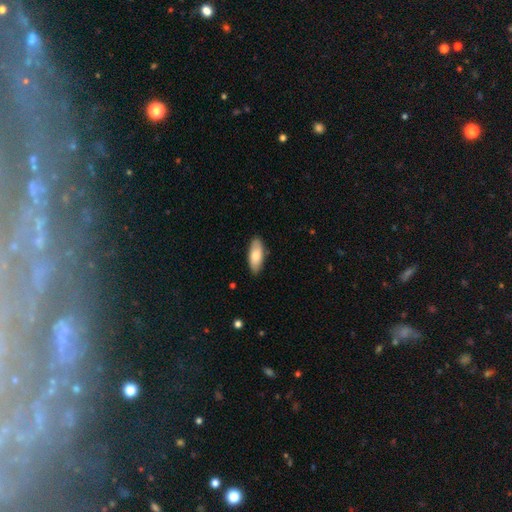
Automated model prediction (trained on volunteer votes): smooth 79%, featured or disk 16%, star or artifact 6%. Down the decision tree: how rounded — in between (80%); merging — none (85%).